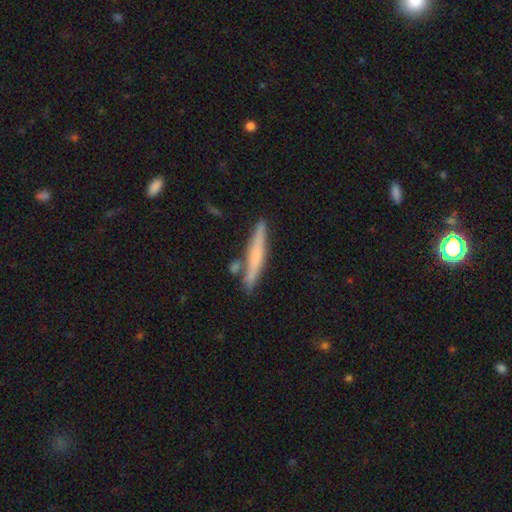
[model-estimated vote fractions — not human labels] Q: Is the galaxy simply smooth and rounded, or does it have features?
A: smooth — 55%.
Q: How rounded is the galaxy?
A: cigar-shaped — 95%.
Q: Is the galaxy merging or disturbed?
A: none — 82%.